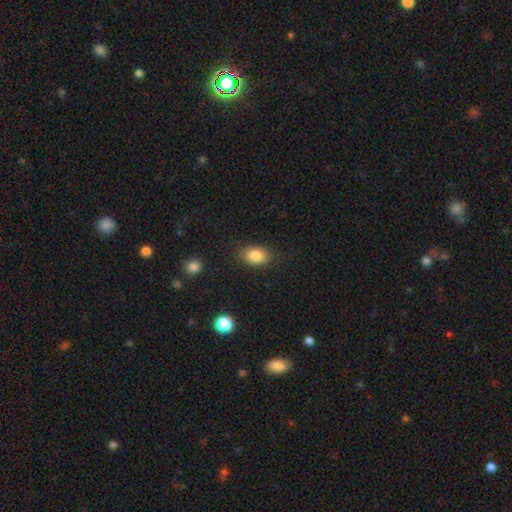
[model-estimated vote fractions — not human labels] Smooth or featured?
  - smooth: 84% *
  - star or artifact: 9%
  - featured or disk: 7%
How rounded?
  - in between: 82% *
  - round: 17%
  - cigar-shaped: 1%
Merging?
  - none: 83% *
  - minor disturbance: 12%
  - major disturbance: 4%
  - merger: 1%